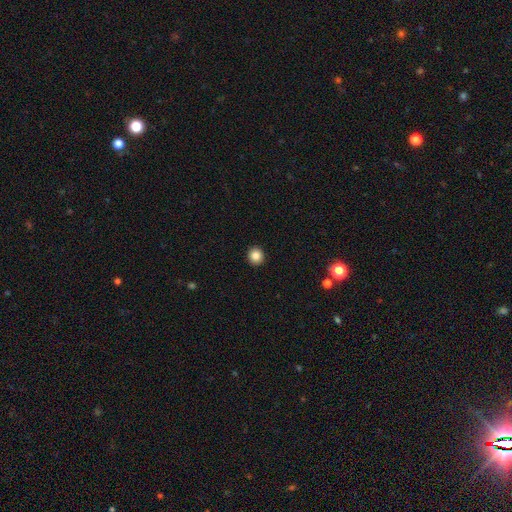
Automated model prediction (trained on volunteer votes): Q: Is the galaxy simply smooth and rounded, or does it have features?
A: smooth — 85%.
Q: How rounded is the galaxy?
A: round — 93%.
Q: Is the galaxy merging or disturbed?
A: none — 94%.